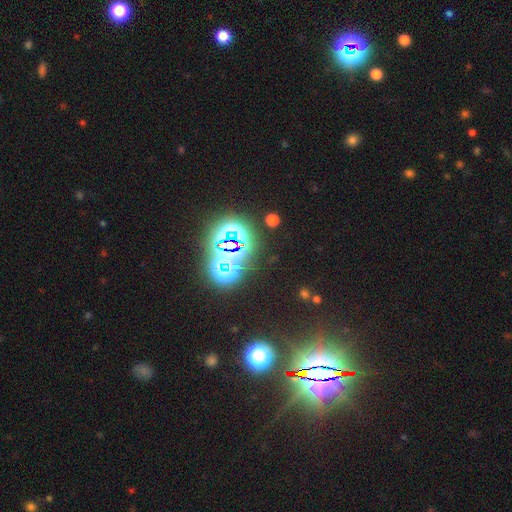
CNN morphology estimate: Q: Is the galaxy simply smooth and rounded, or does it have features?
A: star or artifact — 73%.